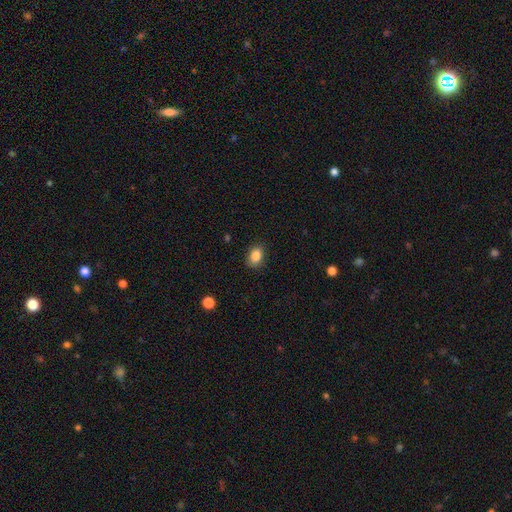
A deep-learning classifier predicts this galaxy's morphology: smooth 85%, star or artifact 9%, featured or disk 6%. Down the decision tree: how rounded — in between (70%); merging — none (85%).